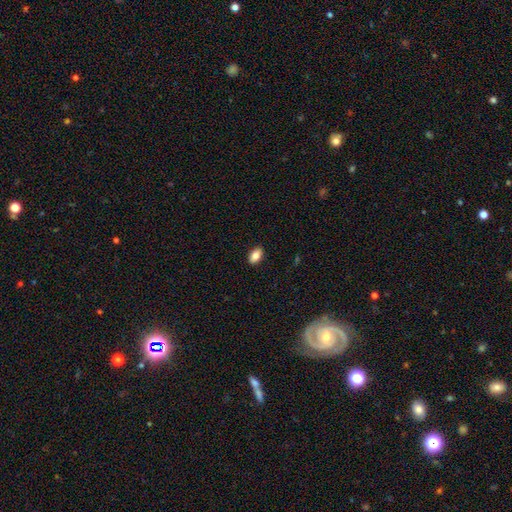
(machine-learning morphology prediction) Smooth or featured: smooth — 84% (star or artifact — 8%)
How rounded: in between — 91% (round — 6%)
Merging: none — 89% (minor disturbance — 8%)